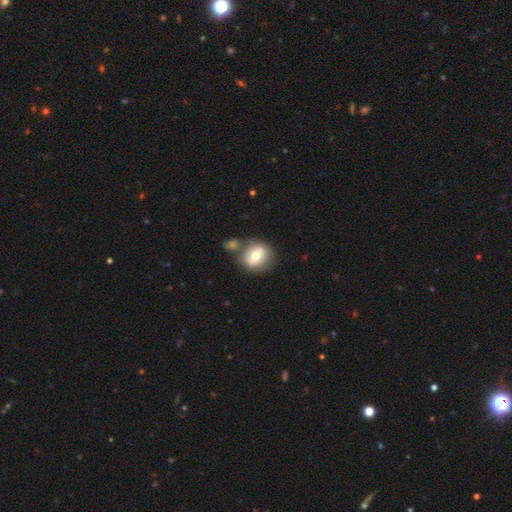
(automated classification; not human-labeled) Q: Smooth or featured?
A: smooth (64%); runner-up: featured or disk (28%)
Q: How rounded?
A: round (74%); runner-up: in between (24%)
Q: Merging?
A: none (58%); runner-up: merger (24%)